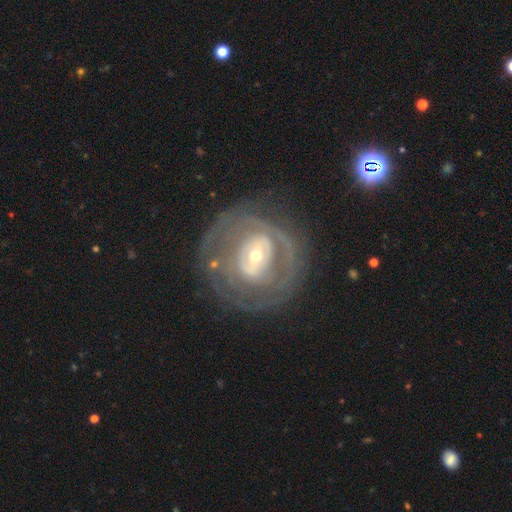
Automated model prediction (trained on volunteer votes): Smooth or featured? Predicted: featured or disk (p=0.76). Edge-on disk? Predicted: no (p=0.95). Bar? Predicted: no (p=0.49). Spiral arms? Predicted: yes (p=0.55). Bulge size? Predicted: small (p=0.53). Merging? Predicted: none (p=0.65).